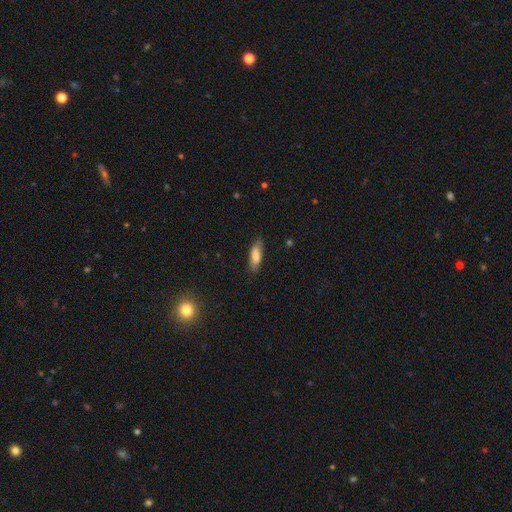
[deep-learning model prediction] A smooth galaxy with no disk features (80%) that is in between round and cigar-shaped (50%). Merging: none (78%).